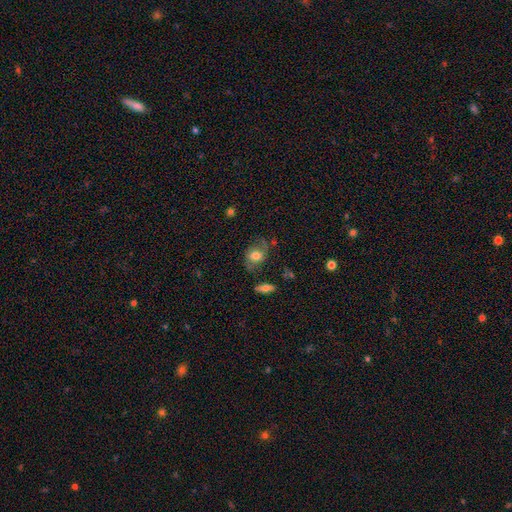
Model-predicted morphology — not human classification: Smooth or featured? Predicted: smooth (p=0.48). Merging? Predicted: none (p=0.59).